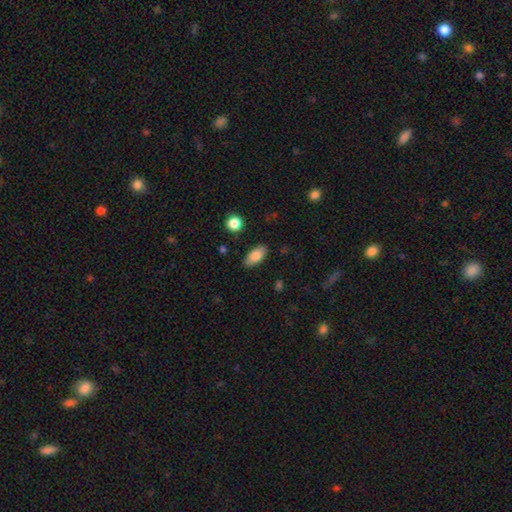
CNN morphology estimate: This appears to be a smooth galaxy with no disk features (81%) that is in between round and cigar-shaped (90%). Merging: none (86%).